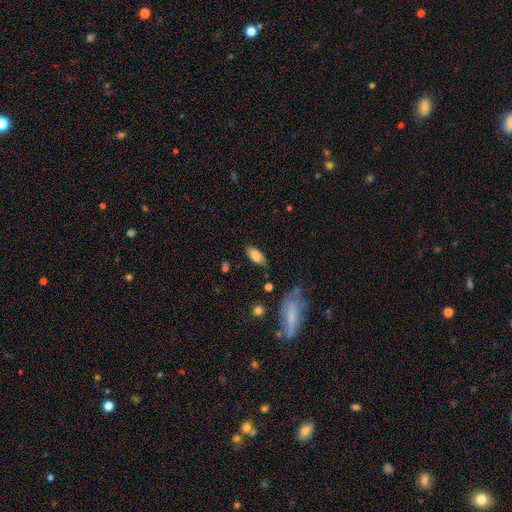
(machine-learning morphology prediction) A smooth galaxy with no disk features (82%) that is in between round and cigar-shaped (91%). Merging: none (81%).